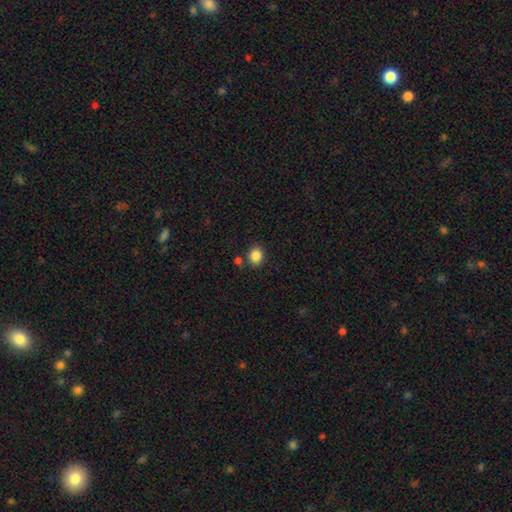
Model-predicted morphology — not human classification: smooth_or_featured: smooth (p=0.86) [alt: star or artifact p=0.10]
how_rounded: round (p=0.68) [alt: in between p=0.32]
merging: none (p=0.81) [alt: minor disturbance p=0.09]